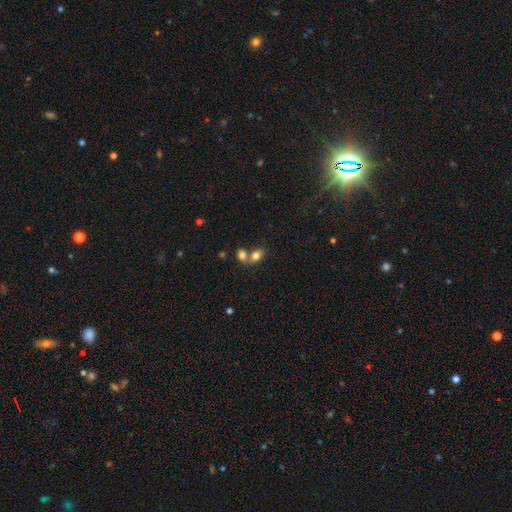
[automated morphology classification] Smooth or featured: smooth — 78% (featured or disk — 12%)
How rounded: in between — 77% (round — 21%)
Merging: merger — 56% (none — 32%)